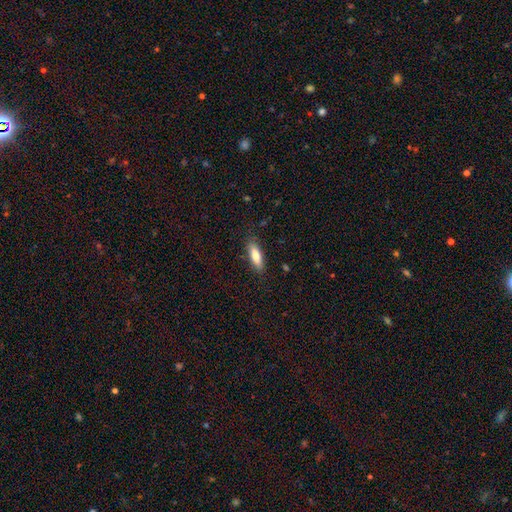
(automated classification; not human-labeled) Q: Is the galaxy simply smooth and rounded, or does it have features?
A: smooth — 79%.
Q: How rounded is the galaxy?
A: cigar-shaped — 50%.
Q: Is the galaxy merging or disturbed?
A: none — 85%.